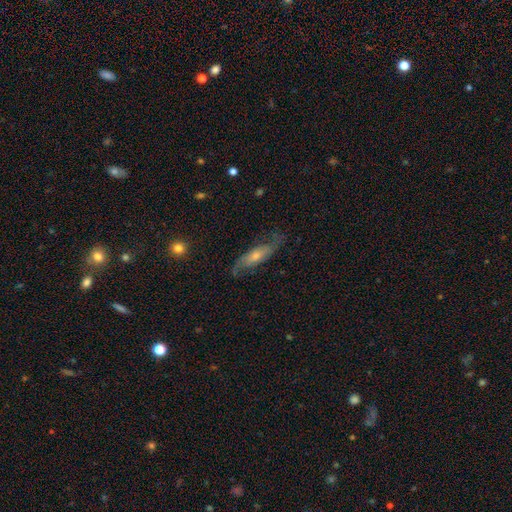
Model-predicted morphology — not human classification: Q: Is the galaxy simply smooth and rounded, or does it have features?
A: featured or disk — 73%.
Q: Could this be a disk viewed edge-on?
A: no — 77%.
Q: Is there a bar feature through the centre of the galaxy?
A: no — 63%.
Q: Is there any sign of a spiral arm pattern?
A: yes — 91%.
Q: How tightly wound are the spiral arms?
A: medium — 41%.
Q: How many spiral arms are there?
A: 2 — 85%.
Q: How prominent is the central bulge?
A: moderate — 48%.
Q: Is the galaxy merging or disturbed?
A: none — 74%.